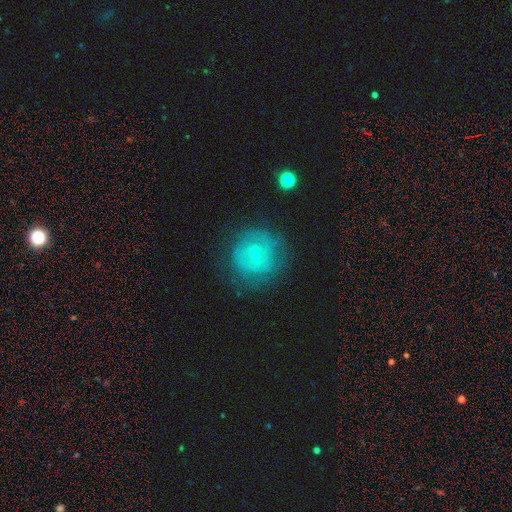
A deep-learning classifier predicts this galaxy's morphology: smooth-or-featured: featured or disk: 66% | smooth: 26% | star or artifact: 9%
  disk-edge-on: no: 97% | yes: 3%
    bar: weak: 54% | no: 31% | strong: 15%
    has-spiral-arms: yes: 64% | no: 36%
    bulge-size: small: 67% | moderate: 29% | none: 2% | large: 1% | dominant: 1%
  merging: none: 75% | minor disturbance: 16% | major disturbance: 7% | merger: 2%